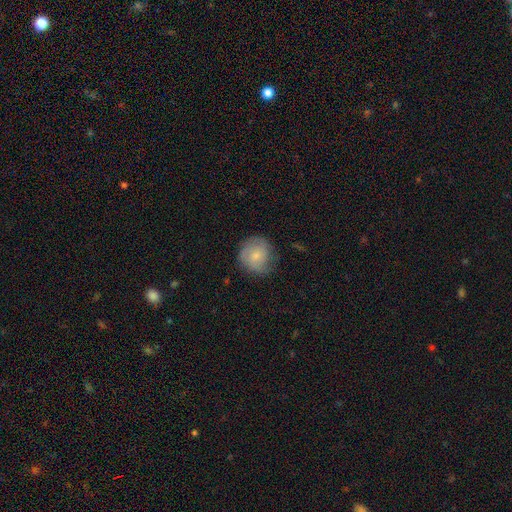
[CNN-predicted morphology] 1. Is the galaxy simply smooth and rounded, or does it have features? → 67% smooth, 26% featured or disk, 7% star or artifact.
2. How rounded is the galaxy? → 89% round, 10% in between, 1% cigar-shaped.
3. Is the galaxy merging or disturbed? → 69% none, 23% minor disturbance, 7% major disturbance, 1% merger.